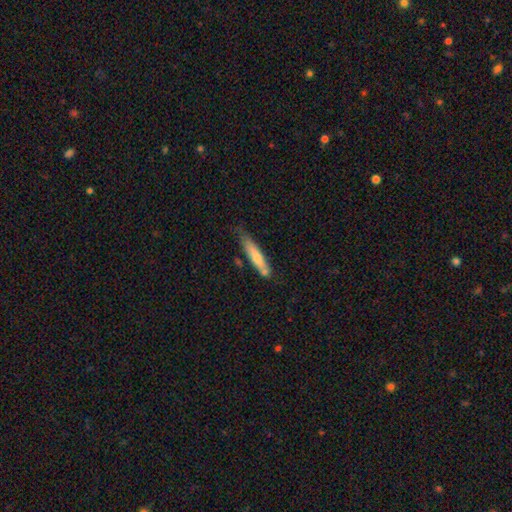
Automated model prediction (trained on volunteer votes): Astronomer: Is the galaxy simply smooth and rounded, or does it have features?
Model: smooth — 63%.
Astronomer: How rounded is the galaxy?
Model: cigar-shaped — 88%.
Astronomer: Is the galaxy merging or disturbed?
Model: none — 61%.